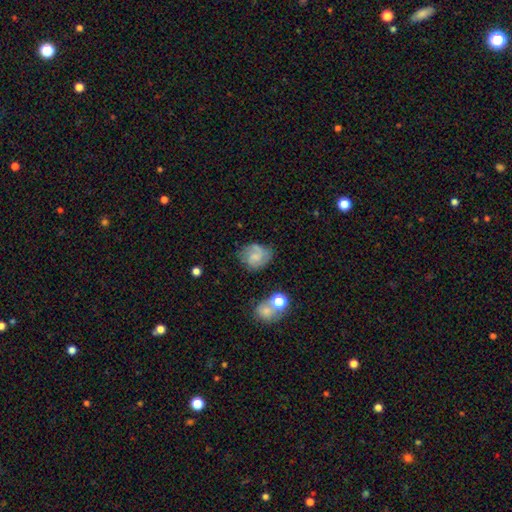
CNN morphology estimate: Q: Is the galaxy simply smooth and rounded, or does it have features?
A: featured or disk — 55%.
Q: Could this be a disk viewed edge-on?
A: no — 98%.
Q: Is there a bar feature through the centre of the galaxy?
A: no — 52%.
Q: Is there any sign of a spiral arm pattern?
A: yes — 88%.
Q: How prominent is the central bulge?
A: small — 38%.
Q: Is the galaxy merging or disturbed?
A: none — 60%.